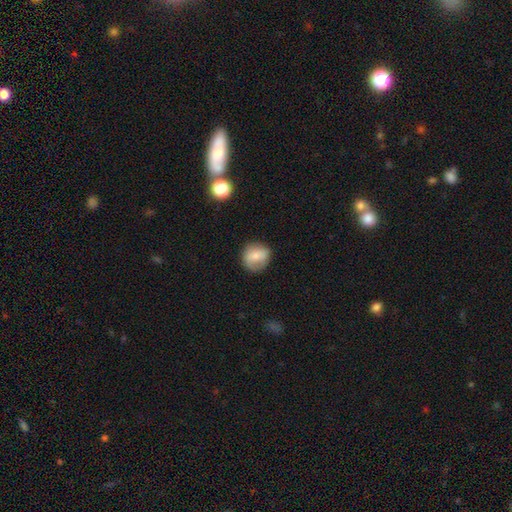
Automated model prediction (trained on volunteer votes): A smooth galaxy with no disk features (74%) that is round (86%). Merging: none (75%).